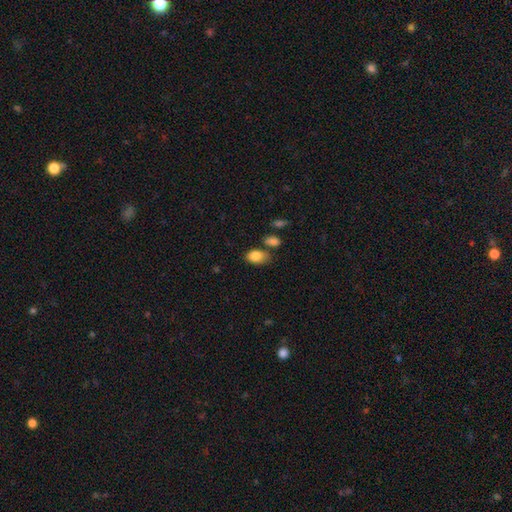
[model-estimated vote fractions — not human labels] A smooth galaxy with no disk features (85%) that is in between round and cigar-shaped (88%).

Vote fractions:
- Smooth or featured? smooth: 85% / star or artifact: 8% / featured or disk: 7%
- How rounded? in between: 88% / round: 11% / cigar-shaped: 1%
- Merging? none: 62% / minor disturbance: 20% / merger: 13% / major disturbance: 5%